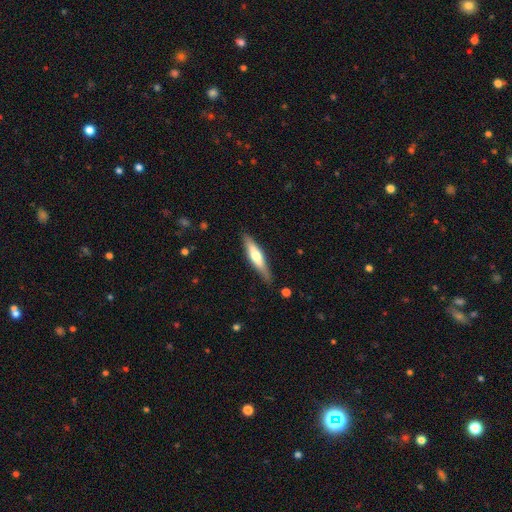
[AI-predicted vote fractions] This is possibly a smooth galaxy (47%, tied with featured or disk). Merging: clearly none (84%).